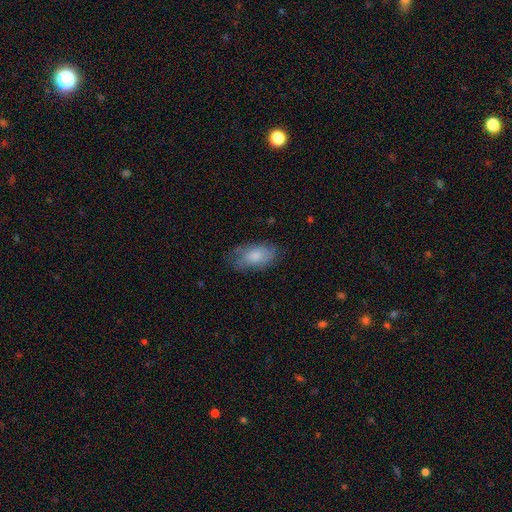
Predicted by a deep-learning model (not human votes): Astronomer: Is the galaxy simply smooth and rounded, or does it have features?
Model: smooth — 76%.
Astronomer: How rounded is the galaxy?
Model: in between — 92%.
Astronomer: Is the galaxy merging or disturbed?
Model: none — 66%.